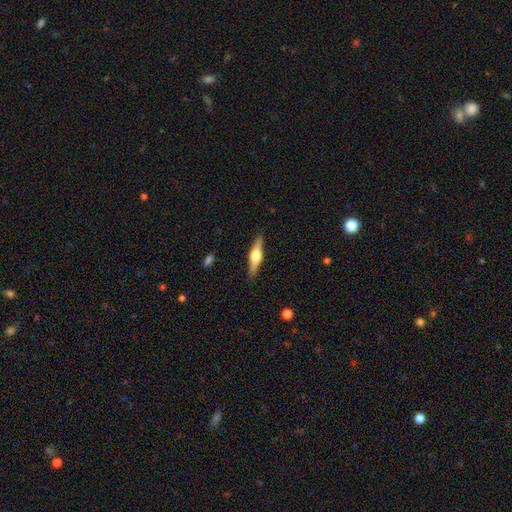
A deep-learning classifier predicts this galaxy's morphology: The model was most divided on "smooth or featured": featured or disk: 68%, smooth: 26%, star or artifact: 6%. More confident: edge-on disk — yes (97%); edge-on bulge — rounded (91%); merging — none (89%).